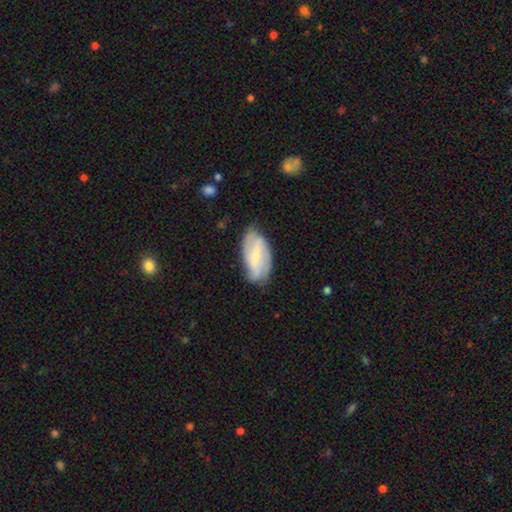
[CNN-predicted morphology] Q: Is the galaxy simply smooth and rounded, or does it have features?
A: featured or disk — 68%.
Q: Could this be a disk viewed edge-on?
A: no — 93%.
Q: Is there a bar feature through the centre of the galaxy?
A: weak — 42%.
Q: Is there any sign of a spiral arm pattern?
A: yes — 87%.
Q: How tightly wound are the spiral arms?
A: medium — 39%.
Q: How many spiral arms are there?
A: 2 — 57%.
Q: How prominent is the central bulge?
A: small — 63%.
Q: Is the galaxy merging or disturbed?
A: none — 72%.